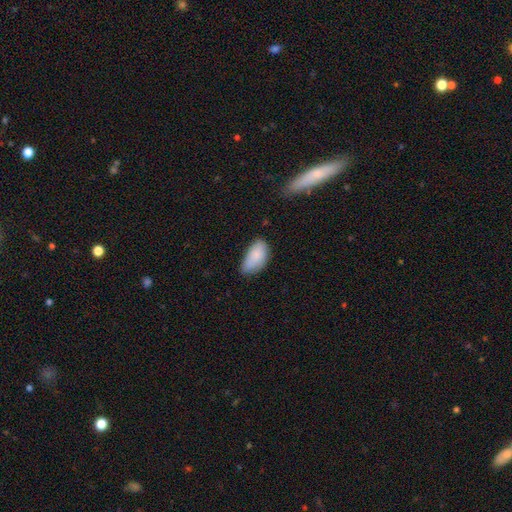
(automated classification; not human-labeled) This appears to be a smooth galaxy with no disk features (85%) that is in between round and cigar-shaped (94%). Merging: none (57%).